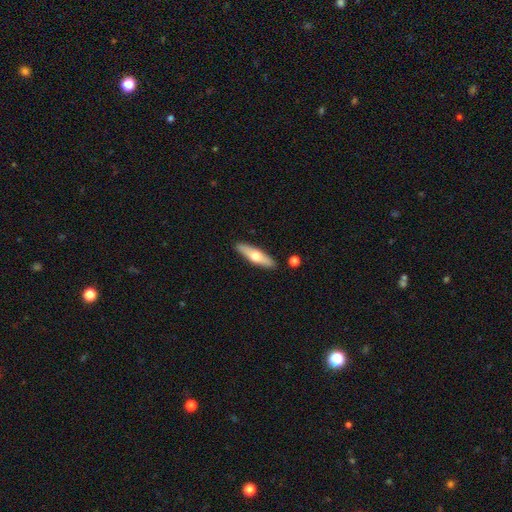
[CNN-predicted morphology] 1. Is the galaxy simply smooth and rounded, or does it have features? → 50% smooth, 44% featured or disk, 5% star or artifact.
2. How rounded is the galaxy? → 67% cigar-shaped, 31% in between, 2% round.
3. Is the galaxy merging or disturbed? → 88% none, 8% minor disturbance, 2% merger, 2% major disturbance.